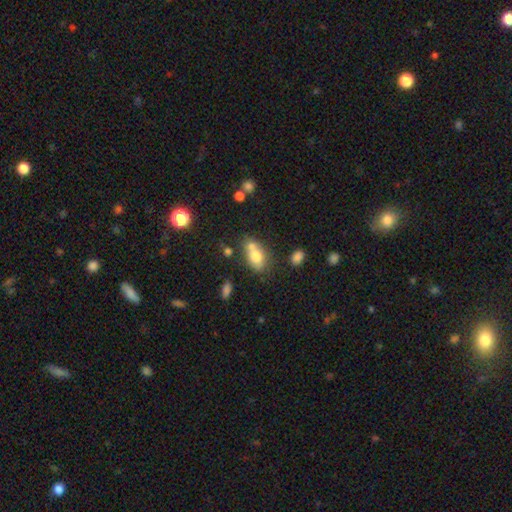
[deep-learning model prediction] Smooth or featured? smooth (72%)
How rounded? in between (80%)
Merging? none (39%, tied with merger)